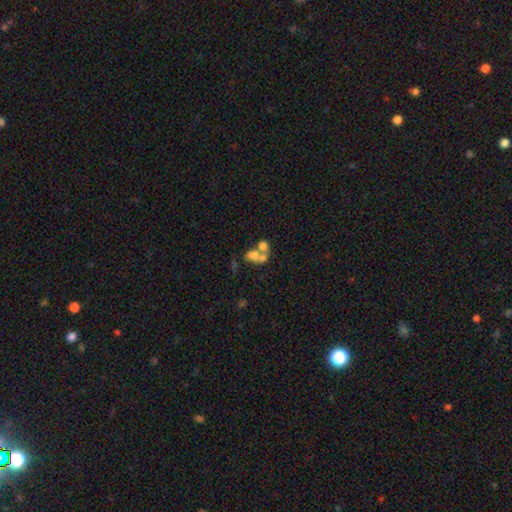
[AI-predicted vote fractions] Morphology: type=smooth (58%); roundness=in between (73%); merging=merger (65%).